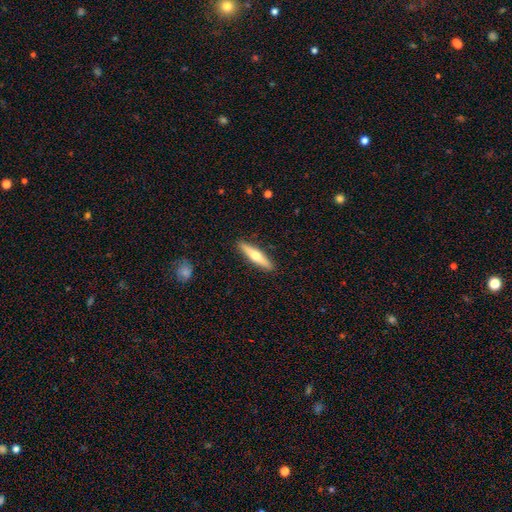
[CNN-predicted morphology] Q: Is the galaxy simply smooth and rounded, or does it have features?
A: smooth — 52%.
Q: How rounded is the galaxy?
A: cigar-shaped — 82%.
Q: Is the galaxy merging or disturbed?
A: none — 91%.